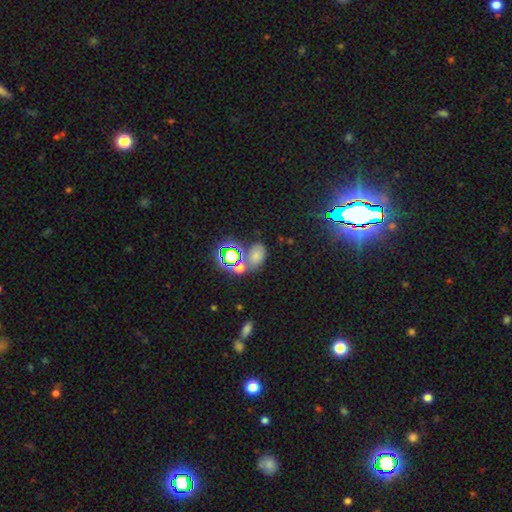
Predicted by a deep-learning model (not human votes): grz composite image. It shows a smooth galaxy with no disk features (59%) that is in between round and cigar-shaped (74%). Merging: none (61%).